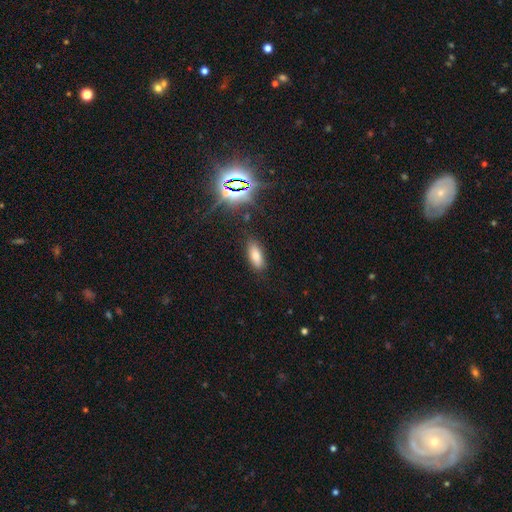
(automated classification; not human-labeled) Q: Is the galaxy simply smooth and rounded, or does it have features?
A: smooth — 68%.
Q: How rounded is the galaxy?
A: in between — 77%.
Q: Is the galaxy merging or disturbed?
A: none — 86%.